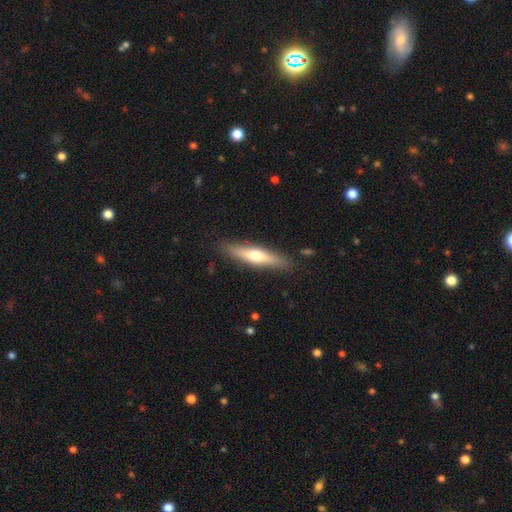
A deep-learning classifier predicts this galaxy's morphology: A smooth galaxy with no disk features (51%) that is cigar-shaped (80%). Merging: none (88%).